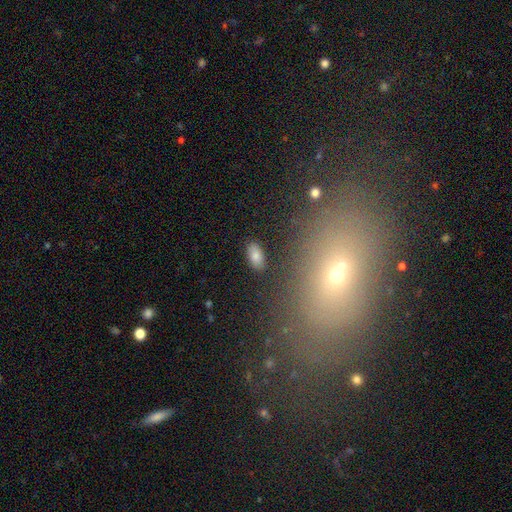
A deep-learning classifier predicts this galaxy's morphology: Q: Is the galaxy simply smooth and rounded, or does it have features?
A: smooth — 81%.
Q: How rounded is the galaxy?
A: in between — 92%.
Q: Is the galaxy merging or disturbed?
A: none — 86%.